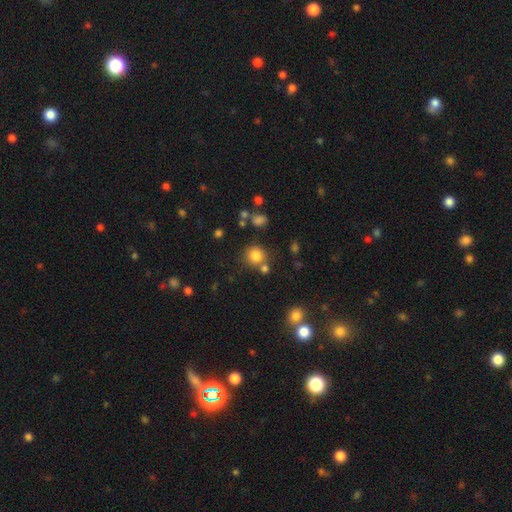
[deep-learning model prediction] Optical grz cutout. It shows a smooth galaxy with no disk features (81%) that is round (89%). Merging: none (71%).